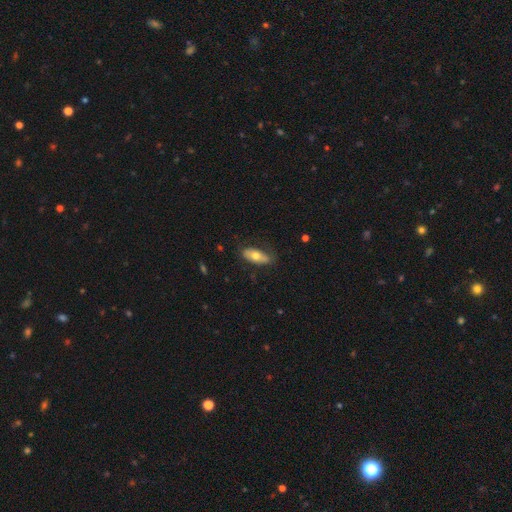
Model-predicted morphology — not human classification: A smooth galaxy with no disk features (63%) that is in between round and cigar-shaped (77%).

Vote fractions:
- Smooth or featured? smooth: 63% / featured or disk: 30% / star or artifact: 6%
- How rounded? in between: 77% / cigar-shaped: 20% / round: 3%
- Merging? none: 73% / minor disturbance: 20% / major disturbance: 5% / merger: 1%